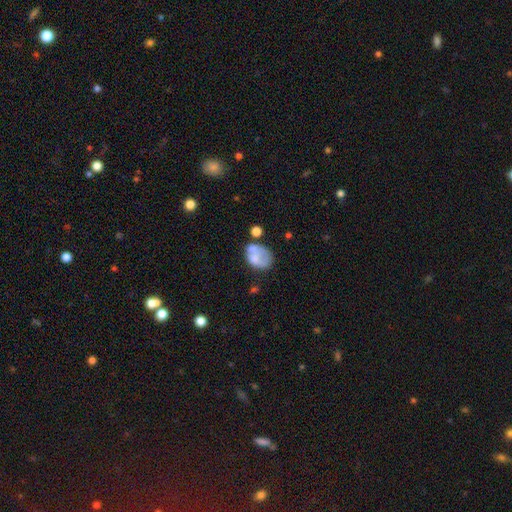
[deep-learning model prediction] This appears to be a smooth galaxy with no disk features (59%) that is in between round and cigar-shaped (74%). Merging: none (35%).